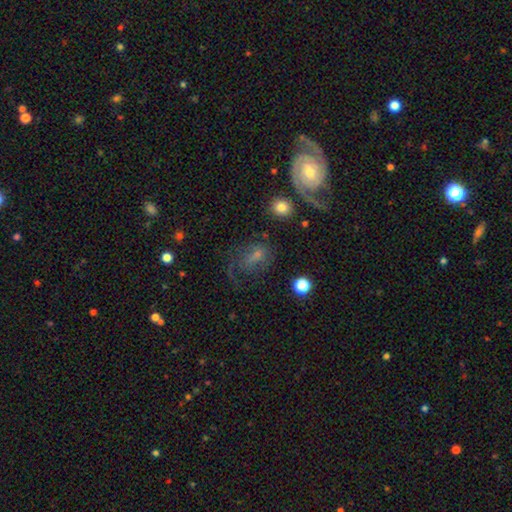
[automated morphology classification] smooth-or-featured: smooth: 45% | featured or disk: 38% | star or artifact: 16%
  merging: none: 40% | major disturbance: 34% | minor disturbance: 20% | merger: 6%